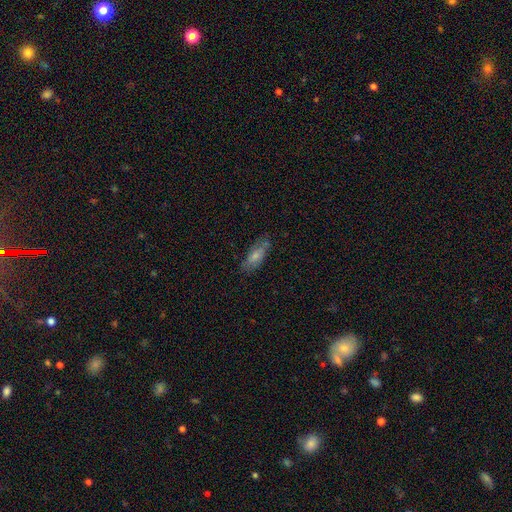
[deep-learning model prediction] smooth 68%, featured or disk 25%, star or artifact 7%. Down the decision tree: how rounded — in between (72%); merging — none (65%).